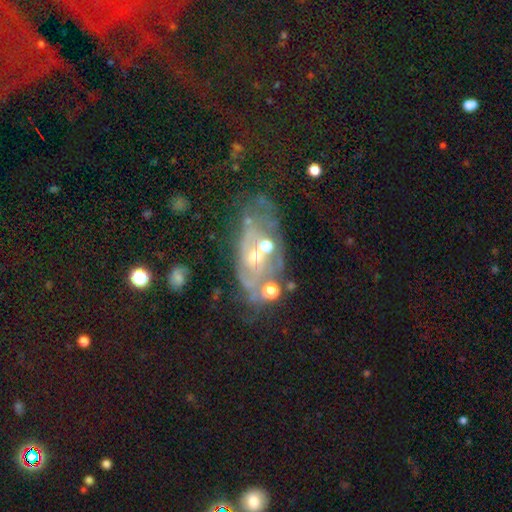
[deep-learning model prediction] Overall: featured or disk (57%; star or artifact 22%). Edge-on disk: no (88%). Bar: no (78%). Spiral arms: no (56%; yes 44%). Bulge size: small (46%; moderate 42%). Merging: none (50%; minor disturbance 19%).